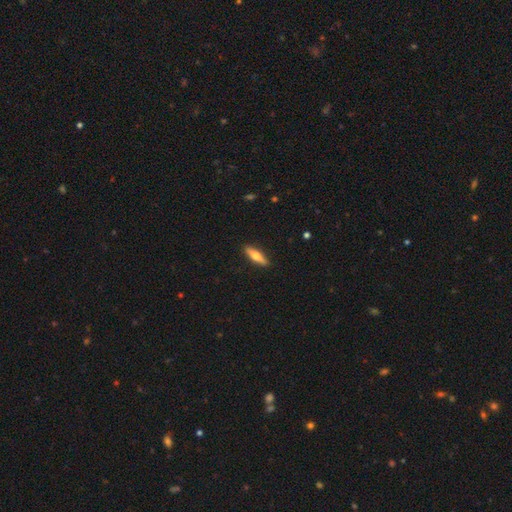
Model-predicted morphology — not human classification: Smooth or featured?
  - smooth: 48% *
  - featured or disk: 47%
  - star or artifact: 5%
Merging?
  - none: 91% *
  - minor disturbance: 7%
  - major disturbance: 2%
  - merger: 1%